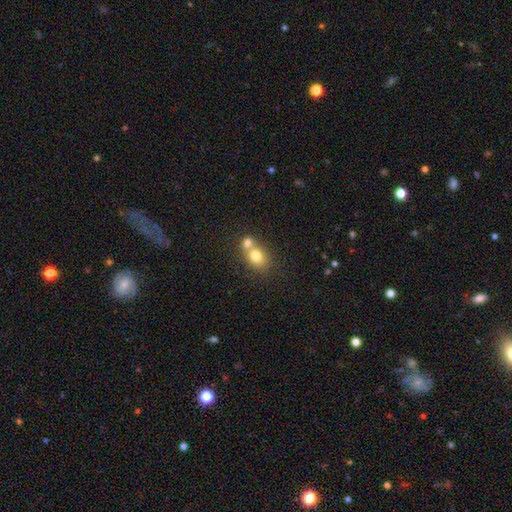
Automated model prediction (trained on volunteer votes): A smooth galaxy with no disk features (76%) that is round (61%). Merging: merger (58%).